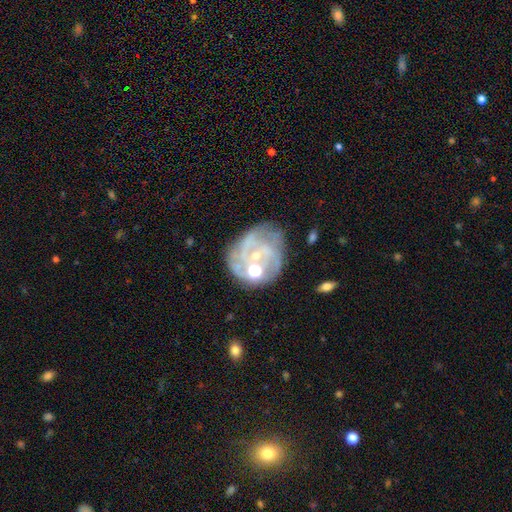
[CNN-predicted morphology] smooth_or_featured: featured or disk (p=0.72) [alt: smooth p=0.15]
disk_edge_on: no (p=0.97) [alt: yes p=0.03]
bar: no (p=0.72) [alt: weak p=0.22]
has_spiral_arms: yes (p=0.78) [alt: no p=0.22]
spiral_winding: tight (p=0.54) [alt: medium p=0.32]
spiral_arm_count: can't tell (p=0.40) [alt: 3 p=0.20]
bulge_size: small (p=0.50) [alt: moderate p=0.38]
merging: none (p=0.58) [alt: minor disturbance p=0.18]